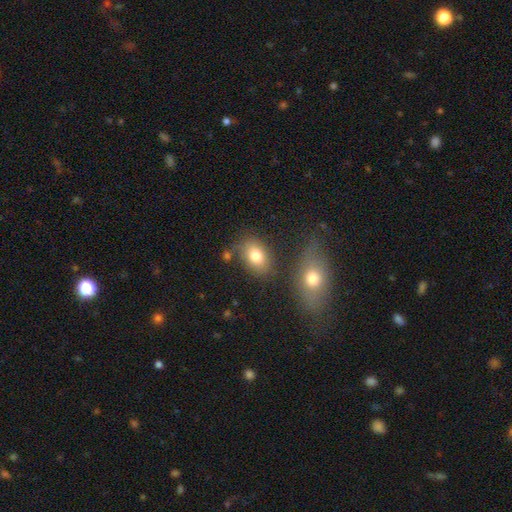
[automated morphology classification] Q: Smooth or featured?
A: smooth (80%); runner-up: featured or disk (11%)
Q: How rounded?
A: in between (76%); runner-up: round (23%)
Q: Merging?
A: none (67%); runner-up: minor disturbance (16%)